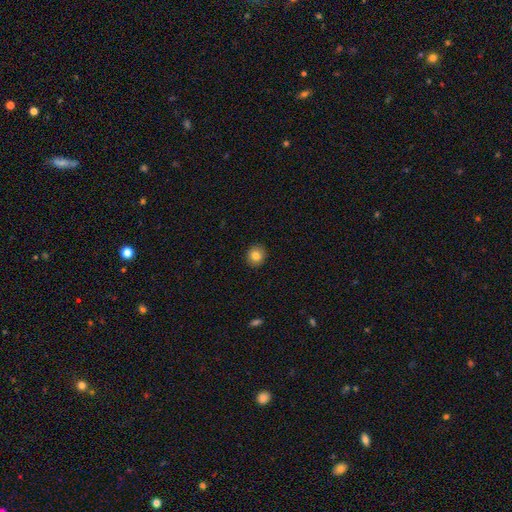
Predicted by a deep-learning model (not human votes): Morphology: type=smooth (82%); roundness=round (86%); merging=none (92%).